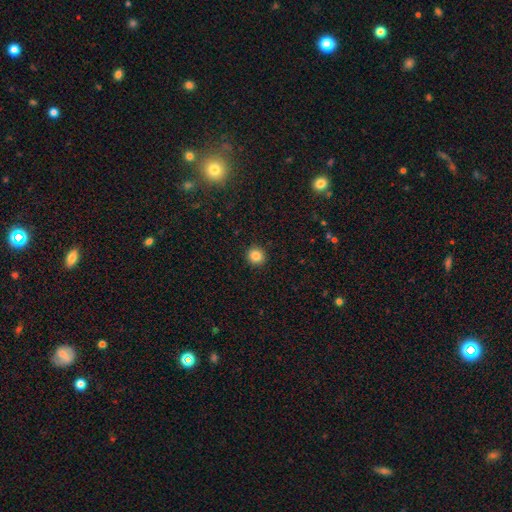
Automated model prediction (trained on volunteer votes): Smooth or featured: smooth — 86% (star or artifact — 10%)
How rounded: round — 92% (in between — 7%)
Merging: none — 92% (minor disturbance — 5%)